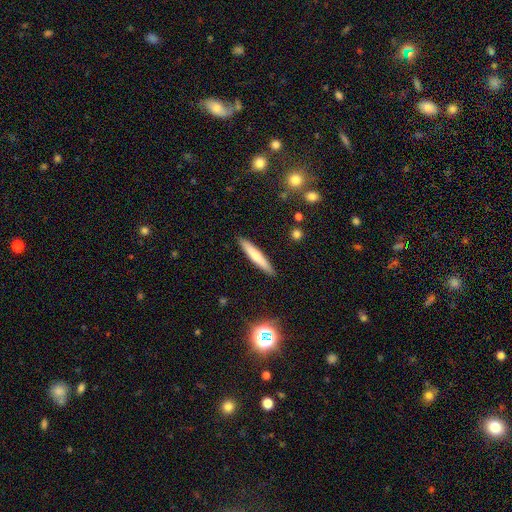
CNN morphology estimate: The model was most divided on "smooth or featured": smooth: 66%, featured or disk: 27%, star or artifact: 6%. More confident: how rounded — cigar-shaped (93%); merging — none (91%).